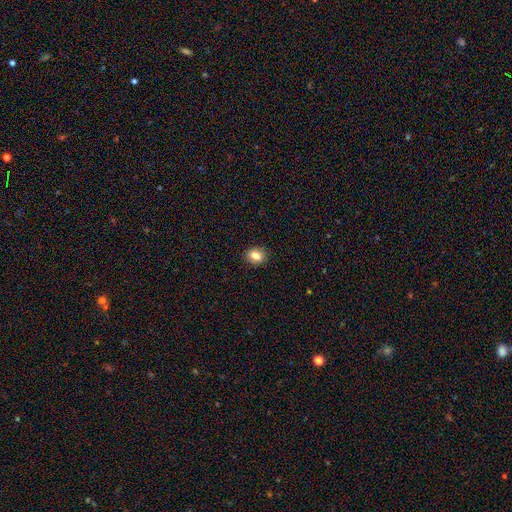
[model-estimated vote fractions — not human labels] A smooth galaxy with no disk features (84%) that is in between round and cigar-shaped (55%). Merging: none (89%).